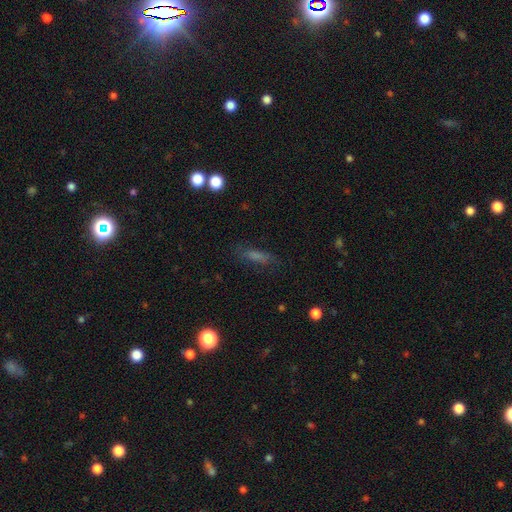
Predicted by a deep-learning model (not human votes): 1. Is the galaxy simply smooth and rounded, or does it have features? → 55% smooth, 24% featured or disk, 21% star or artifact.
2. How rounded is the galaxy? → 59% cigar-shaped, 36% in between, 6% round.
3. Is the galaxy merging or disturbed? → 76% none, 15% minor disturbance, 7% major disturbance, 2% merger.